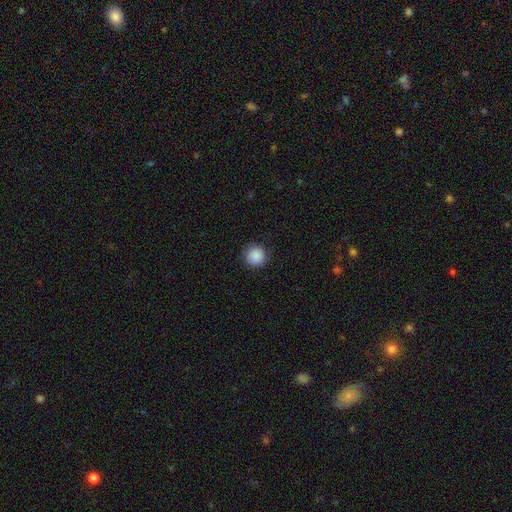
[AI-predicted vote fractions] A smooth galaxy with no disk features (88%) that is round (94%). Merging: none (89%).